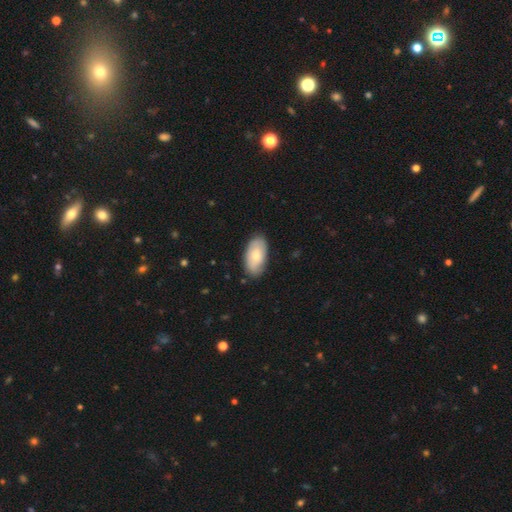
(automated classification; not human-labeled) Q: Smooth or featured?
A: smooth (66%); runner-up: featured or disk (29%)
Q: How rounded?
A: in between (95%); runner-up: round (3%)
Q: Merging?
A: none (81%); runner-up: minor disturbance (15%)